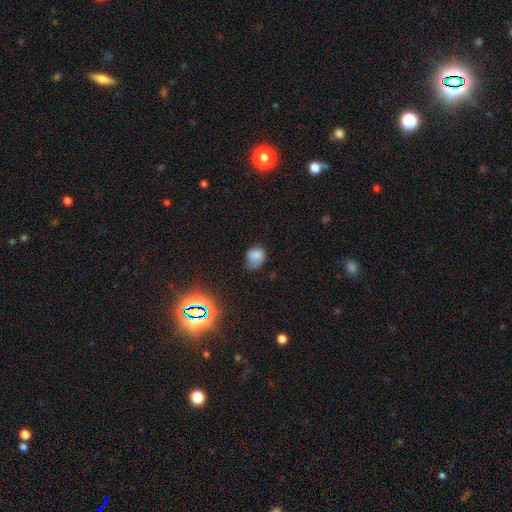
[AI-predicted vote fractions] Smooth or featured: smooth — 76% (star or artifact — 13%)
How rounded: in between — 50% (round — 49%)
Merging: none — 43% (minor disturbance — 39%)